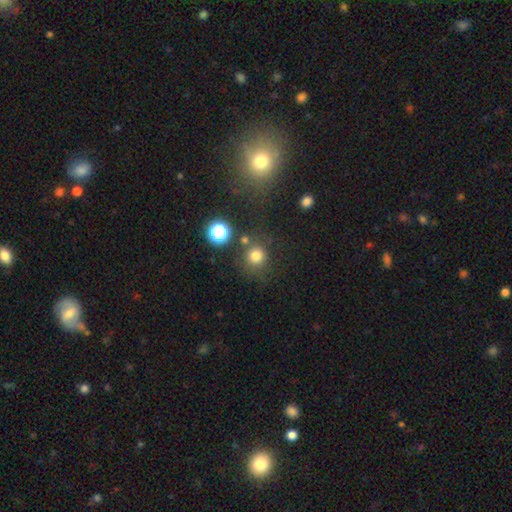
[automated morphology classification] Smooth or featured?
  - smooth: 76% *
  - star or artifact: 18%
  - featured or disk: 6%
How rounded?
  - round: 92% *
  - in between: 7%
  - cigar-shaped: 1%
Merging?
  - none: 74% *
  - minor disturbance: 11%
  - merger: 9%
  - major disturbance: 6%